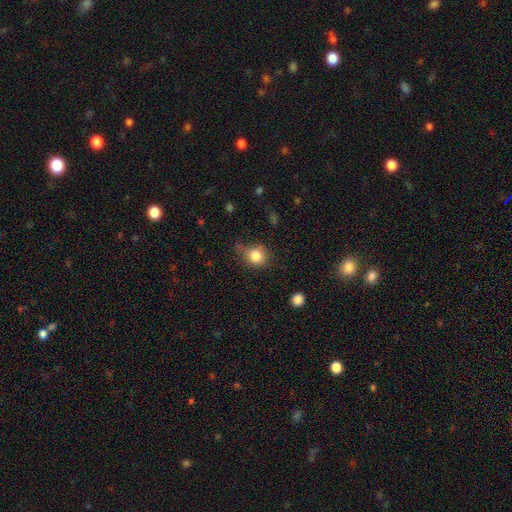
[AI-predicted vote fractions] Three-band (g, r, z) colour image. It shows a smooth galaxy with no disk features (82%) that is round (77%). Merging: none (63%).